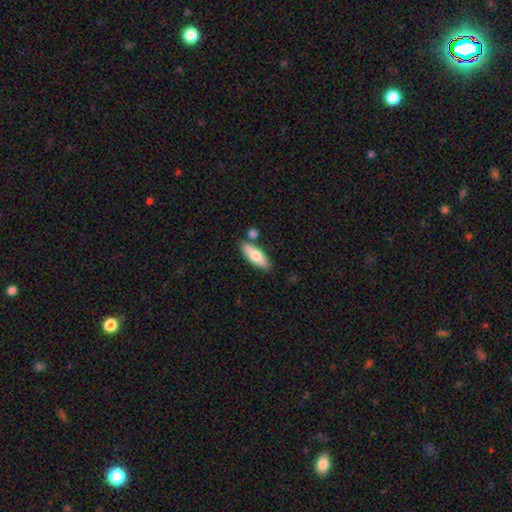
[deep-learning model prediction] Smooth or featured: smooth — 73% (featured or disk — 21%)
How rounded: in between — 66% (cigar-shaped — 31%)
Merging: none — 76% (minor disturbance — 12%)